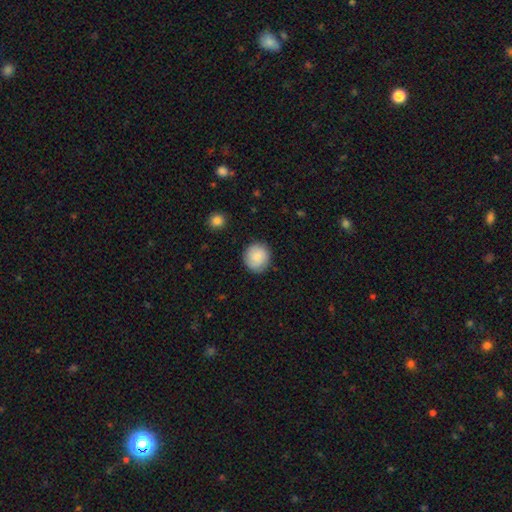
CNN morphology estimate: Overall: smooth (85%). How rounded: round (89%). Merging: none (87%).